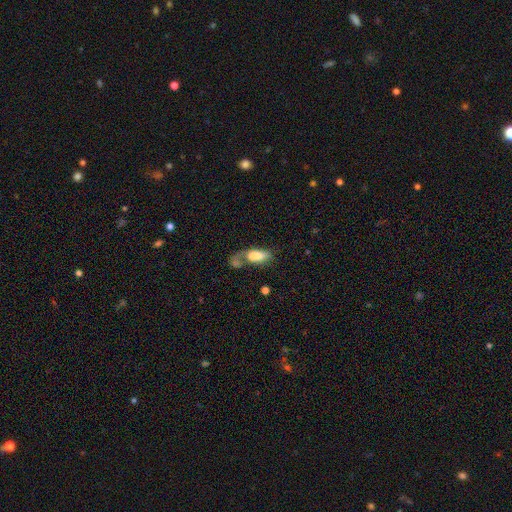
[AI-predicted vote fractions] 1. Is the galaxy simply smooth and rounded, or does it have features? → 67% smooth, 25% featured or disk, 8% star or artifact.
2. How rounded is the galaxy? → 80% in between, 15% cigar-shaped, 4% round.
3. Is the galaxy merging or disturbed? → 43% merger, 26% major disturbance, 19% none, 12% minor disturbance.